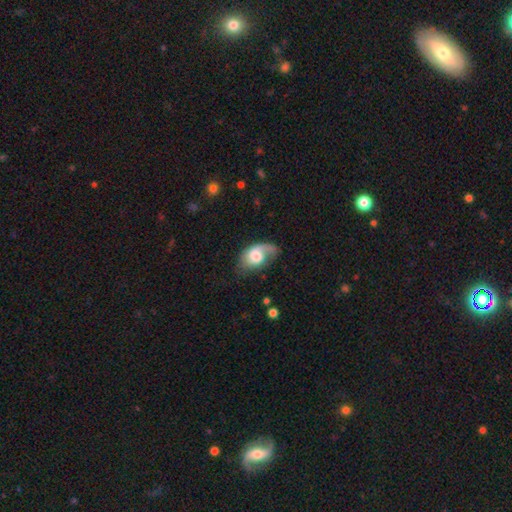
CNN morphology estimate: A featured or disk galaxy (57%) with no bar (63%), spiral arms (85%) and a moderate central bulge (52%).

Vote fractions:
- Smooth or featured? featured or disk: 57% / smooth: 37% / star or artifact: 7%
- Edge-on disk? no: 95% / yes: 5%
- Bar? no: 63% / weak: 31% / strong: 6%
- Spiral arms? yes: 85% / no: 15%
- Bulge size? moderate: 52% / large: 25% / small: 16% / none: 4% / dominant: 3%
- Merging? none: 42% / major disturbance: 28% / minor disturbance: 27% / merger: 3%